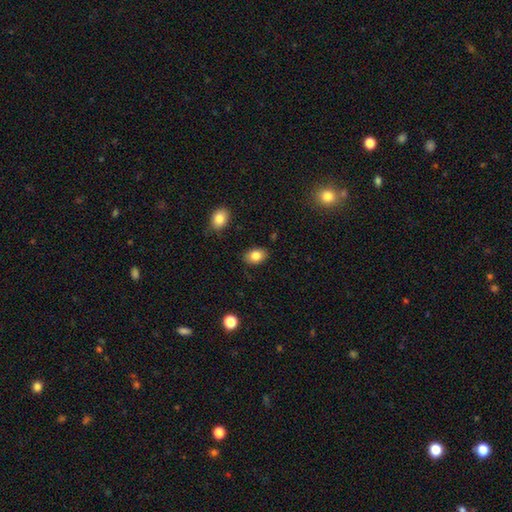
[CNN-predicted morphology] Smooth or featured? Predicted: smooth (p=0.83). How rounded? Predicted: in between (p=0.79). Merging? Predicted: none (p=0.86).